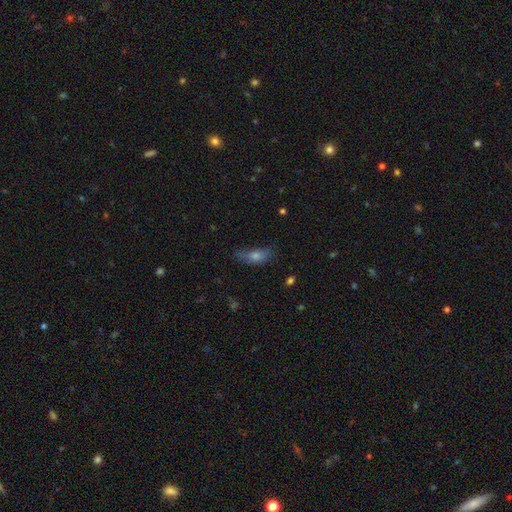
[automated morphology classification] smooth-or-featured: smooth: 61% | featured or disk: 24% | star or artifact: 15%
  how-rounded: in between: 69% | cigar-shaped: 24% | round: 7%
  merging: none: 58% | minor disturbance: 29% | major disturbance: 11% | merger: 2%